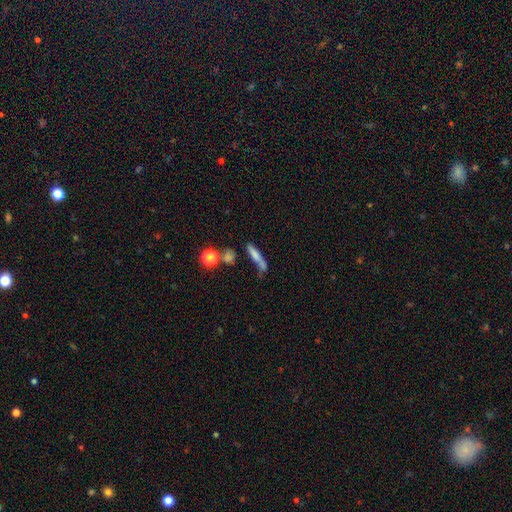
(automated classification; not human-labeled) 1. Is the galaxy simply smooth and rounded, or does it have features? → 64% smooth, 24% featured or disk, 12% star or artifact.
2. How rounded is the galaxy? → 80% cigar-shaped, 15% in between, 5% round.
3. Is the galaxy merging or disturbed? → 50% none, 20% minor disturbance, 19% merger, 12% major disturbance.